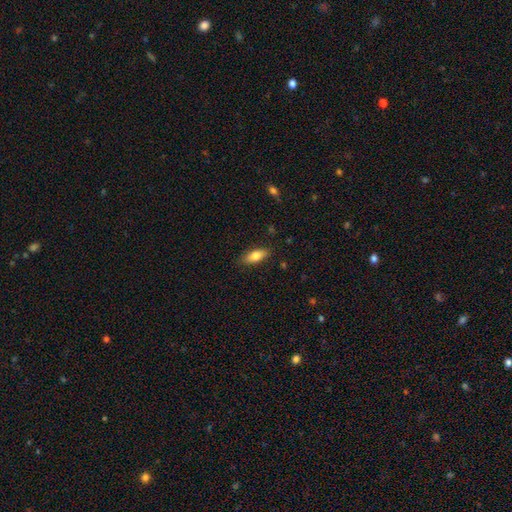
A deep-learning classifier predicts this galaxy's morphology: smooth_or_featured: smooth (p=0.77) [alt: featured or disk p=0.16]
how_rounded: in between (p=0.76) [alt: cigar-shaped p=0.21]
merging: none (p=0.85) [alt: minor disturbance p=0.11]